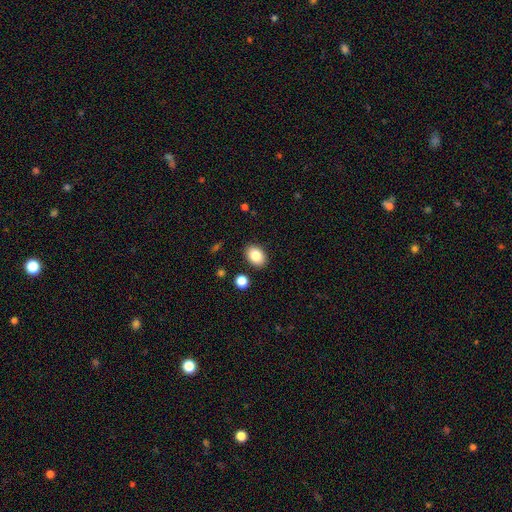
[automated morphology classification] This appears to be a smooth galaxy with no disk features (85%) that is in between round and cigar-shaped (77%). Merging: none (87%).